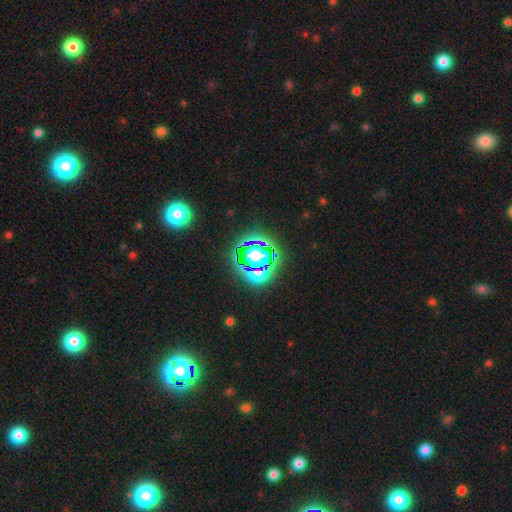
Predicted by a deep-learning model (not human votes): Overall: star or artifact (61%; smooth 22%).